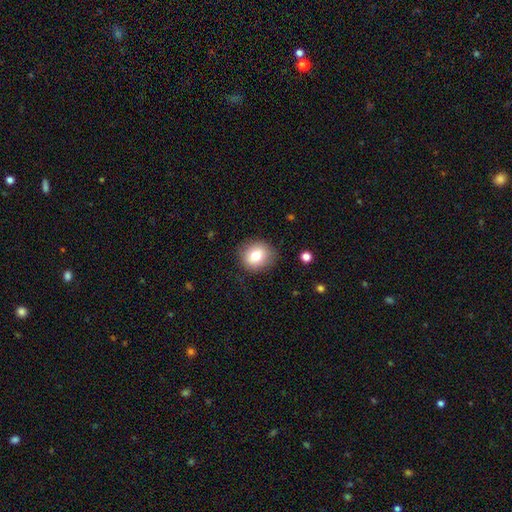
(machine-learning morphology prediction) Smooth or featured: smooth — 77% (featured or disk — 13%)
How rounded: round — 81% (in between — 18%)
Merging: none — 84% (minor disturbance — 12%)